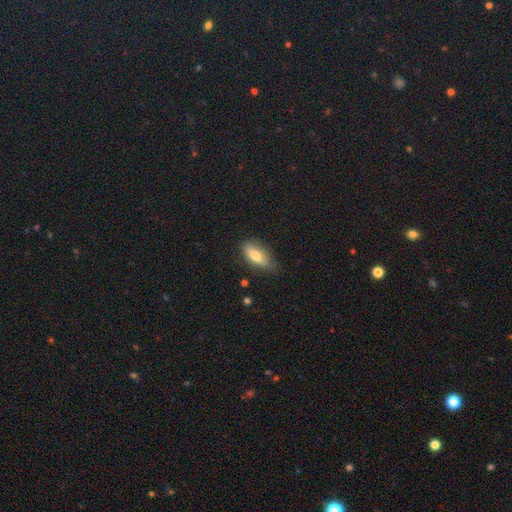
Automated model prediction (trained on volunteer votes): Smooth or featured? smooth (73%)
How rounded? in between (78%)
Merging? none (68%)